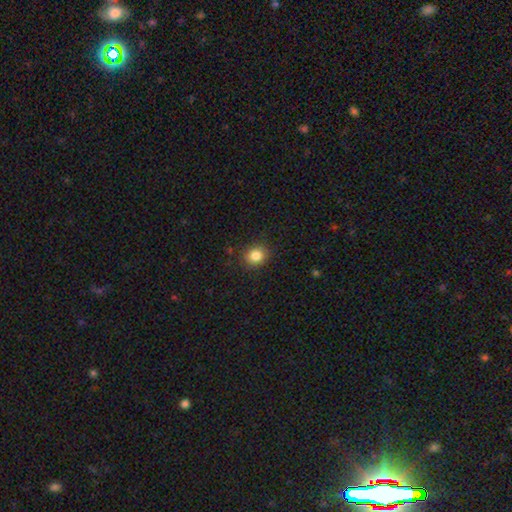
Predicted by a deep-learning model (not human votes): This appears to be a smooth galaxy with no disk features (84%) that is round (74%). Merging: none (87%).